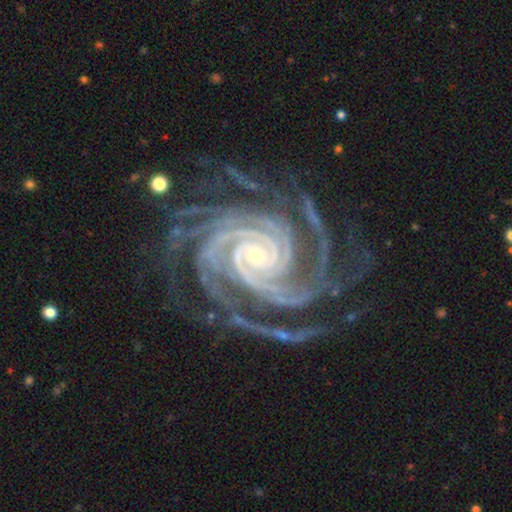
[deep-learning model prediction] A featured or disk galaxy (94%) with no bar (55%), 4 (32%) tight (82%) spiral arms (99%) and a small central bulge (74%).

Vote fractions:
- Smooth or featured? featured or disk: 94% / star or artifact: 4% / smooth: 2%
- Edge-on disk? no: 98% / yes: 2%
- Bar? no: 55% / weak: 24% / strong: 21%
- Spiral arms? yes: 99% / no: 1%
- Spiral winding? tight: 82% / medium: 16% / loose: 2%
- Spiral arm count? 4: 32% / more than 4: 25% / 3: 16% / 2: 10% / can't tell: 9% / 1: 8%
- Bulge size? small: 74% / moderate: 23% / large: 2% / none: 1% / dominant: 1%
- Merging? none: 72% / minor disturbance: 17% / major disturbance: 9% / merger: 2%